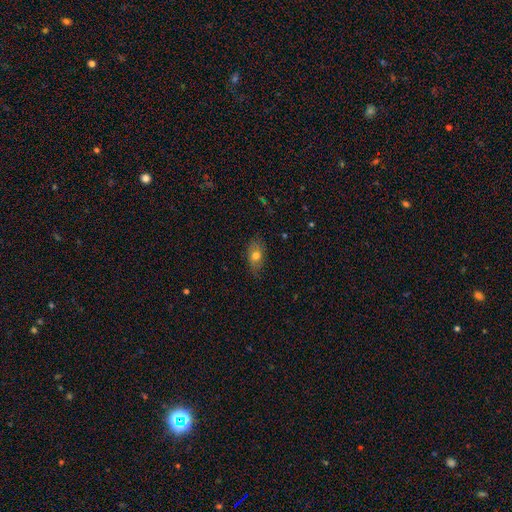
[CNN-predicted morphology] This appears to be a smooth galaxy with no disk features (72%) that is in between round and cigar-shaped (81%). Merging: none (71%).